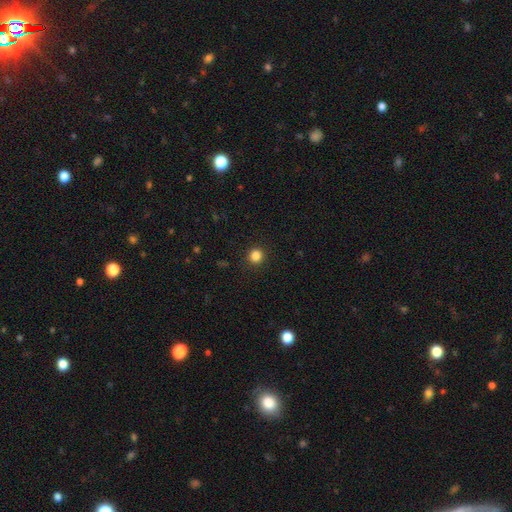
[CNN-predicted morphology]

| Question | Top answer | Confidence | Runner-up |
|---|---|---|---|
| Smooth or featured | smooth | 84% | star or artifact (12%) |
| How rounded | round | 92% | in between (7%) |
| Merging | none | 91% | minor disturbance (5%) |